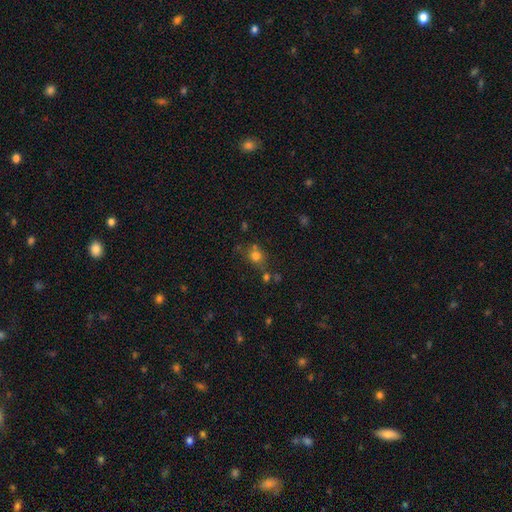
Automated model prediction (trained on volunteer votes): This is likely a smooth galaxy (74%). How rounded: likely round (76%). Merging: likely none (61%).